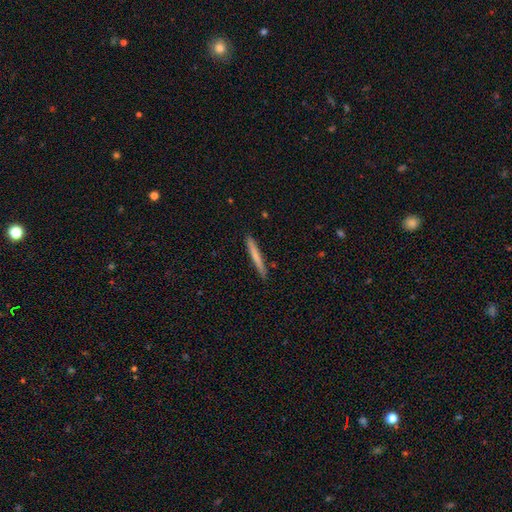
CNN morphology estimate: Smooth or featured? smooth (70%)
How rounded? cigar-shaped (97%)
Merging? none (90%)